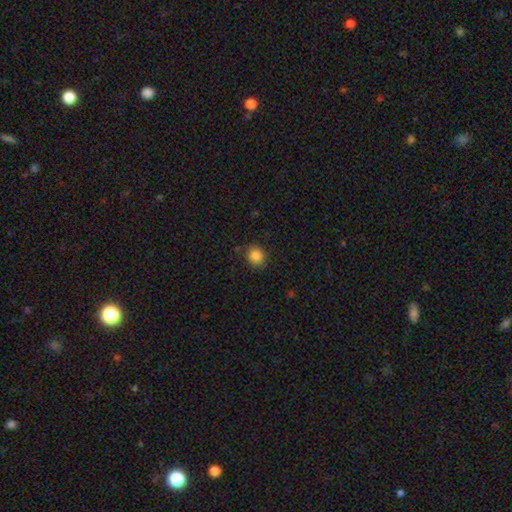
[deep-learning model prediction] A smooth galaxy with no disk features (85%) that is round (75%). Merging: none (86%).